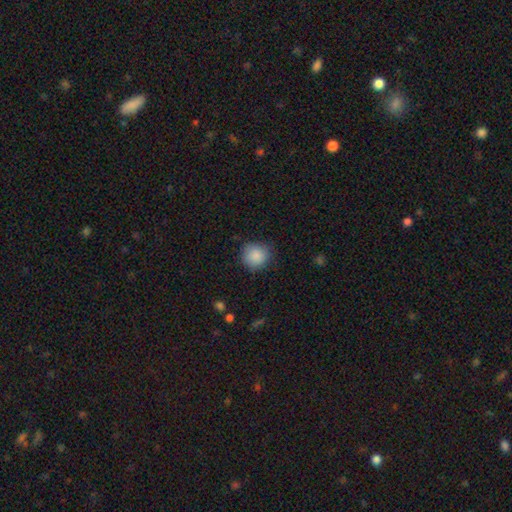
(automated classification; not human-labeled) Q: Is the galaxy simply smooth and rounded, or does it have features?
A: smooth — 88%.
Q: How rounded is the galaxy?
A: round — 90%.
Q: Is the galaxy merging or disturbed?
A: none — 79%.